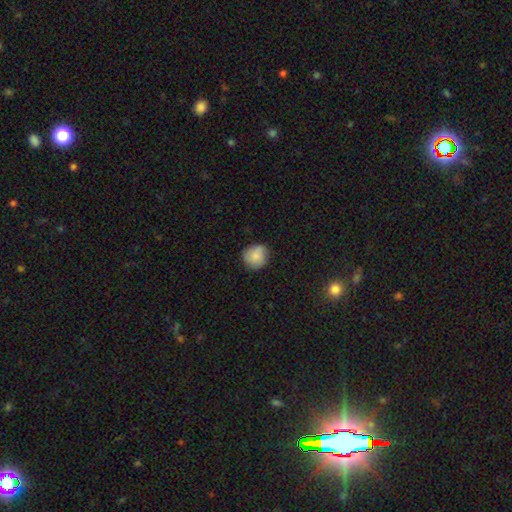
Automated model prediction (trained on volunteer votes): smooth 84%, featured or disk 9%, star or artifact 8%. Down the decision tree: how rounded — round (89%); merging — none (81%).